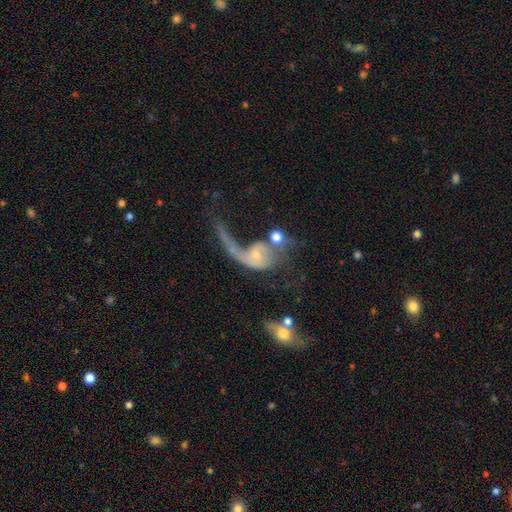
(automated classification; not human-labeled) Smooth or featured? Predicted: featured or disk (p=0.65). Edge-on disk? Predicted: no (p=0.95). Bar? Predicted: no (p=0.69). Spiral arms? Predicted: yes (p=0.70). Bulge size? Predicted: small (p=0.54). Merging? Predicted: merger (p=0.38).